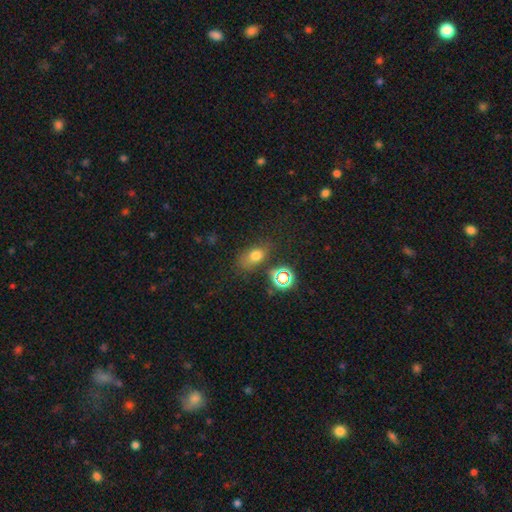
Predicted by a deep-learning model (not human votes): A smooth galaxy with no disk features (69%) that is in between round and cigar-shaped (72%). Merging: none (65%).